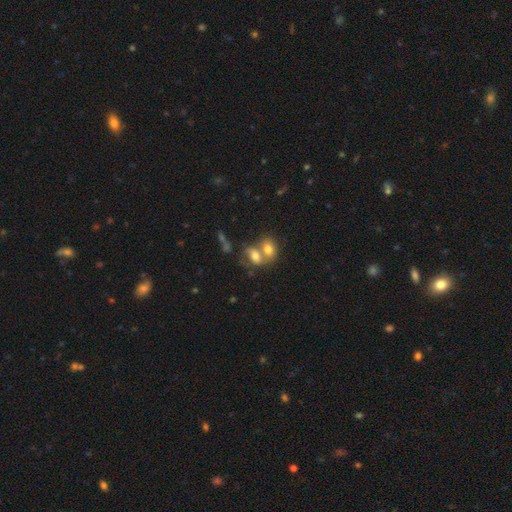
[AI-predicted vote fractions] Morphology: type=smooth (71%); roundness=in between (79%); merging=merger (67%).